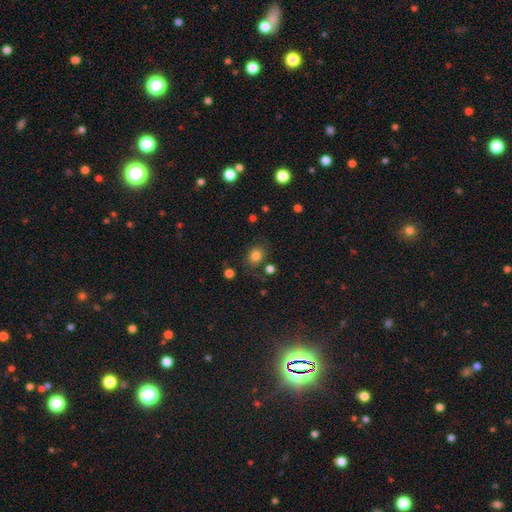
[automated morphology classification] This appears to be a smooth galaxy with no disk features (81%) that is round (50%). Merging: none (75%).